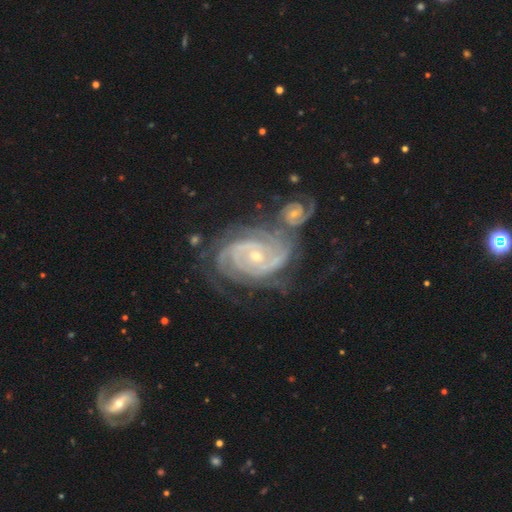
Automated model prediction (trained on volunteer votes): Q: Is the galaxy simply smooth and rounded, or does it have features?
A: featured or disk — 92%.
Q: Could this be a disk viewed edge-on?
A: no — 97%.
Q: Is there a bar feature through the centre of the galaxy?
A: no — 62%.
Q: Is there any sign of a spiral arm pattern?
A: yes — 98%.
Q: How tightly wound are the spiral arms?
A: tight — 78%.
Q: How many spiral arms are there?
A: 2 — 36%.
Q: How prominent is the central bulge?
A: small — 64%.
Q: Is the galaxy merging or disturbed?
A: none — 42%.